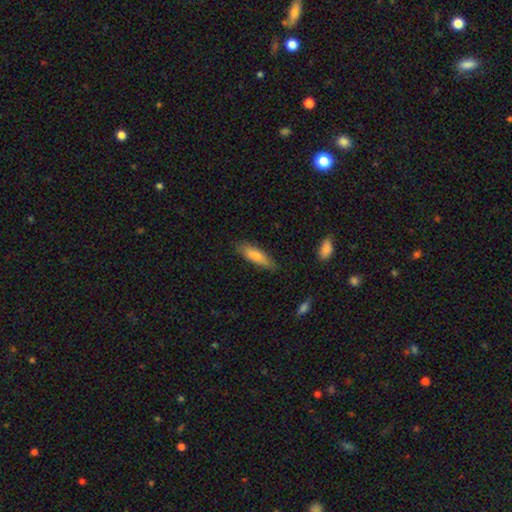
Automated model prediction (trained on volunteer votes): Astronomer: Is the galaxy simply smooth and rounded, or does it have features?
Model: smooth — 73%.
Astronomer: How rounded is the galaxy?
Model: cigar-shaped — 60% (runner-up: in between, 38%).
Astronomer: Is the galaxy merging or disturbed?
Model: none — 82%.